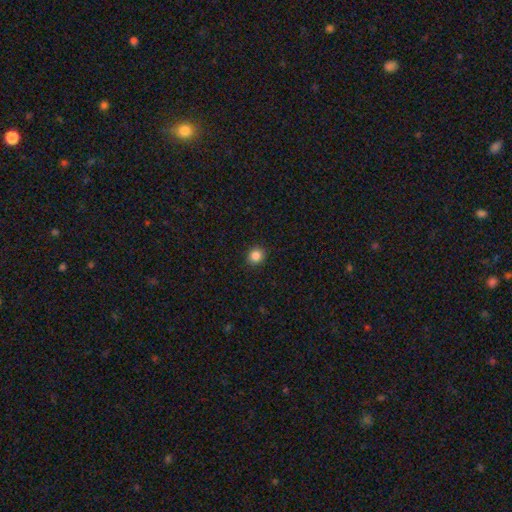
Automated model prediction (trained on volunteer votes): The model was most divided on "how rounded": round: 80%, in between: 19%, cigar-shaped: 1%. More confident: merging — none (91%); smooth or featured — smooth (86%).